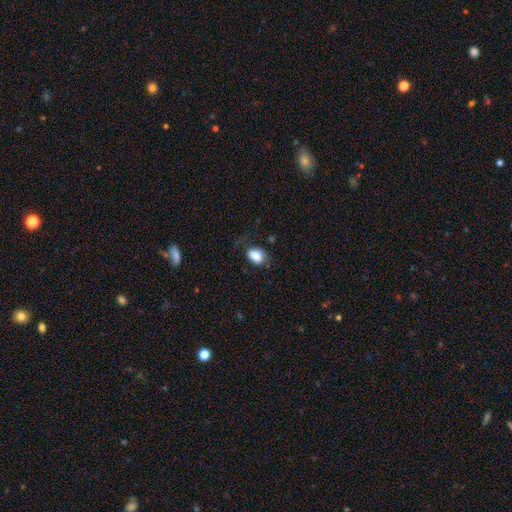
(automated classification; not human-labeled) Morphology: type=smooth (84%); roundness=in between (78%); merging=none (67%).